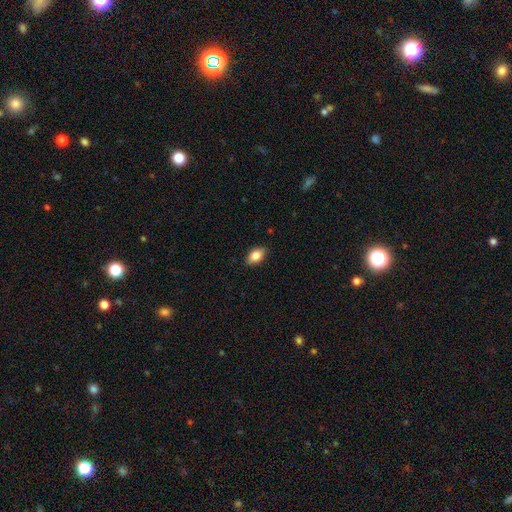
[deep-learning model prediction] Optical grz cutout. It shows a smooth galaxy with no disk features (85%) that is in between round and cigar-shaped (90%). Merging: none (88%).